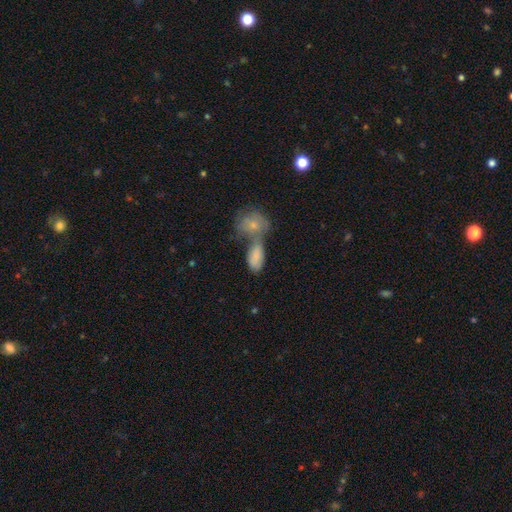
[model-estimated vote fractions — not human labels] The model was most divided on "merging": merger: 60%, none: 24%, minor disturbance: 11%, major disturbance: 6%. More confident: how rounded — in between (88%); smooth or featured — smooth (78%).